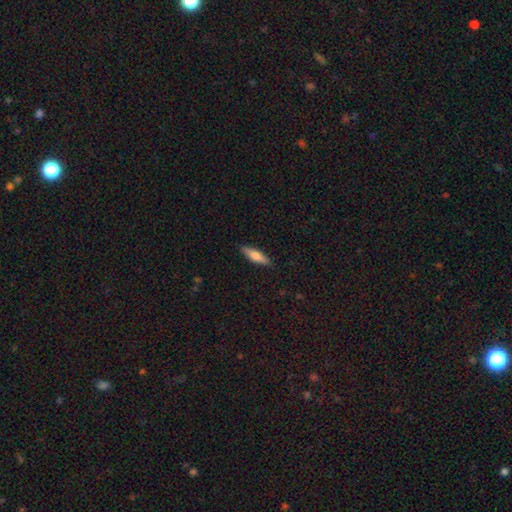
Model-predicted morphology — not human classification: Overall: smooth (69%). How rounded: cigar-shaped (64%; in between 34%). Merging: none (88%).